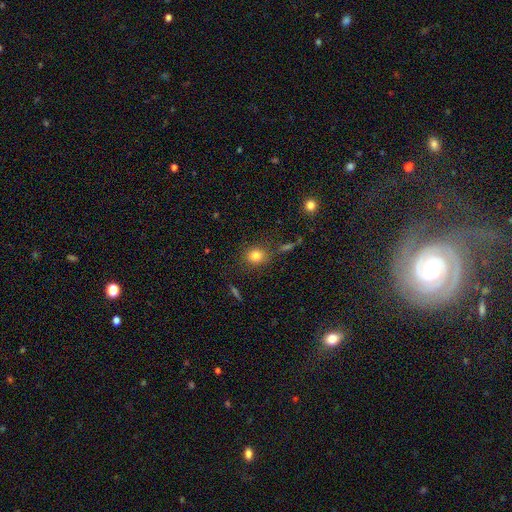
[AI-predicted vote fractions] Overall: smooth (81%). How rounded: round (71%). Merging: none (79%).